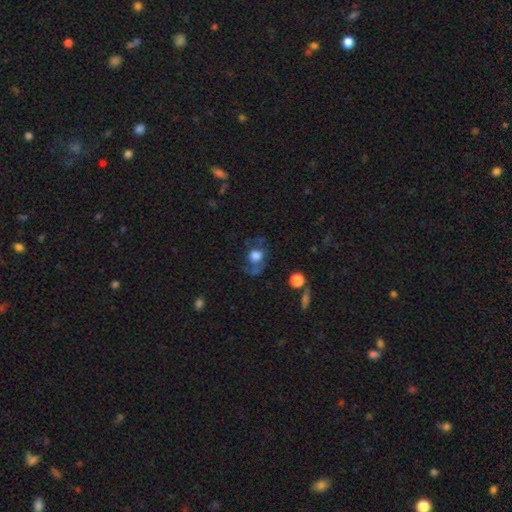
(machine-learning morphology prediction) Overall: smooth (58%; featured or disk 31%). How rounded: round (67%; in between 32%). Merging: none (46%; major disturbance 29%).